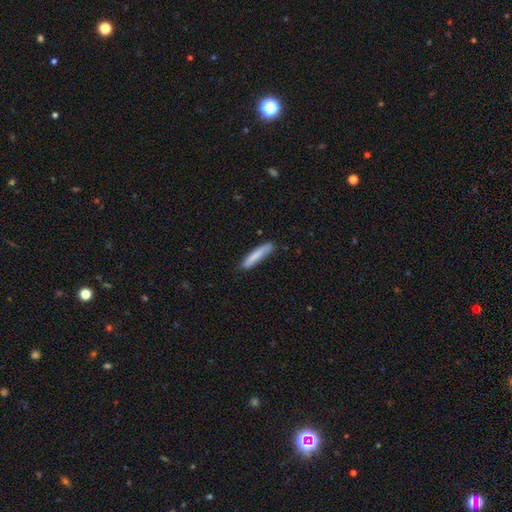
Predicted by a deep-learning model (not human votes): smooth 79%, featured or disk 15%, star or artifact 6%. Down the decision tree: how rounded — cigar-shaped (91%); merging — none (80%).